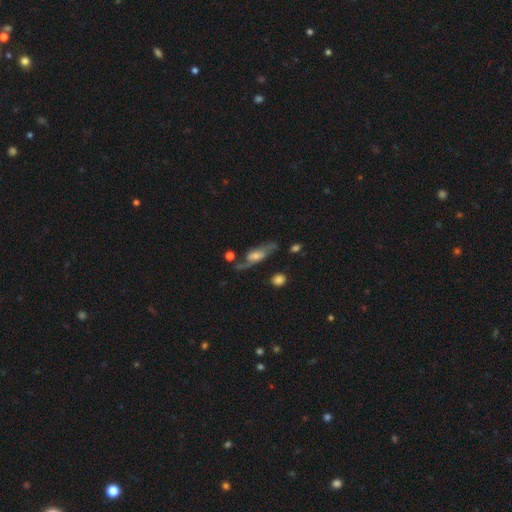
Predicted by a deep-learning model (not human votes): This appears to be a featured or disk galaxy (64%). Merging: none (54%).